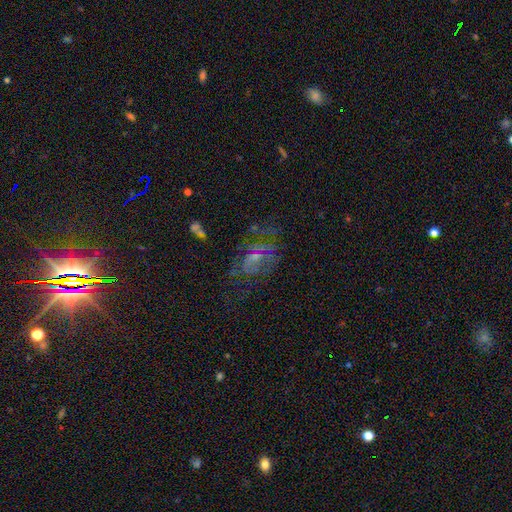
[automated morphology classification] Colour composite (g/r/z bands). It shows a featured or disk galaxy (56%) with no bar (54%), spiral arms (66%) and a small central bulge (57%). Merging: none (52%).